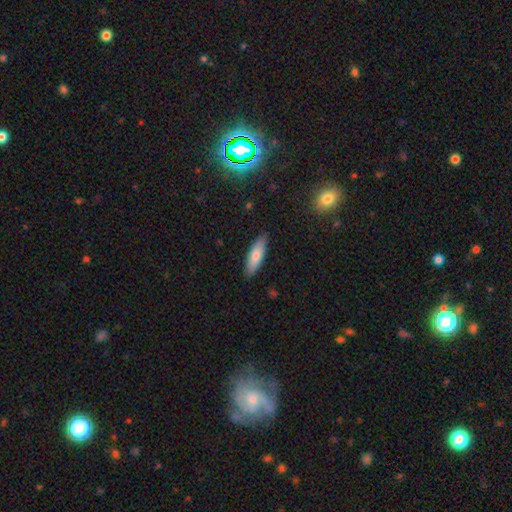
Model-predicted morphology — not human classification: A smooth galaxy with no disk features (77%) that is cigar-shaped (51%). Merging: none (88%).